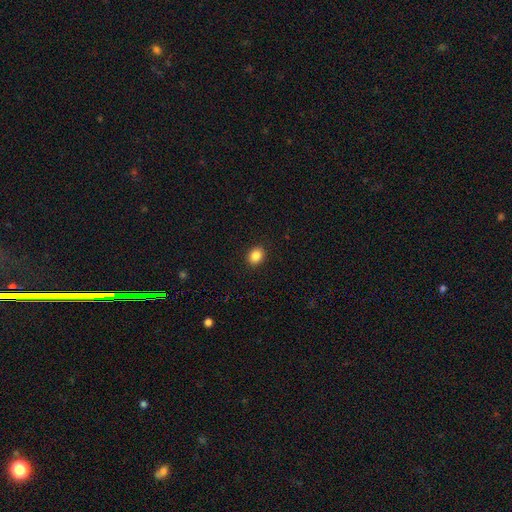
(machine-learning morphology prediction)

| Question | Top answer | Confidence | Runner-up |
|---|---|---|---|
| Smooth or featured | smooth | 85% | star or artifact (10%) |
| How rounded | round | 53% | in between (46%) |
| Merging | none | 91% | minor disturbance (6%) |